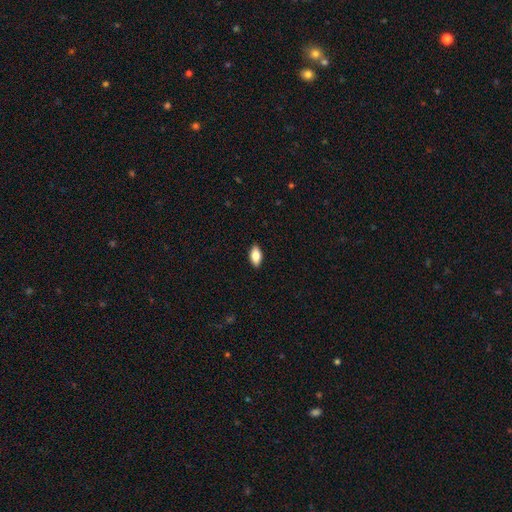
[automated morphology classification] smooth_or_featured: smooth (p=0.81) [alt: featured or disk p=0.12]
how_rounded: in between (p=0.90) [alt: cigar-shaped p=0.07]
merging: none (p=0.90) [alt: minor disturbance p=0.08]